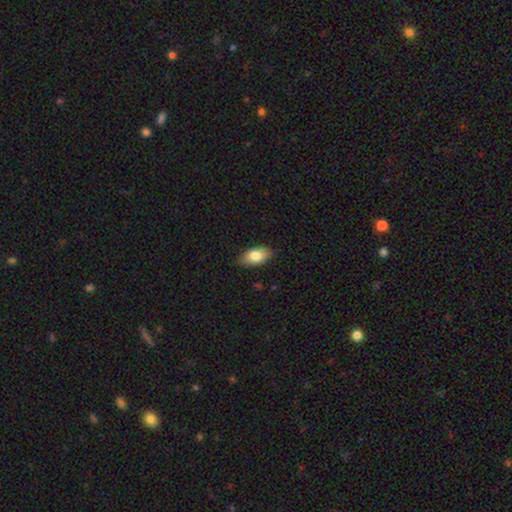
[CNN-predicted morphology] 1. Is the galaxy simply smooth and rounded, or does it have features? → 81% smooth, 12% featured or disk, 7% star or artifact.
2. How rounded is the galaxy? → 92% in between, 4% cigar-shaped, 4% round.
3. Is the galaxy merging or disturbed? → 84% none, 13% minor disturbance, 2% major disturbance, 1% merger.